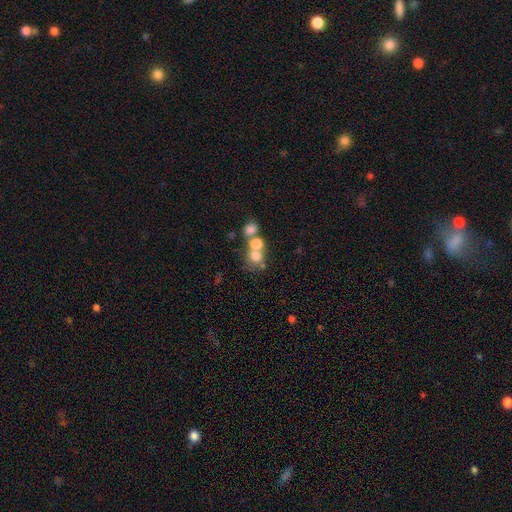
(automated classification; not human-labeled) This is likely a smooth galaxy (69%). How rounded: likely round (74%). Merging: possibly merger (55%).